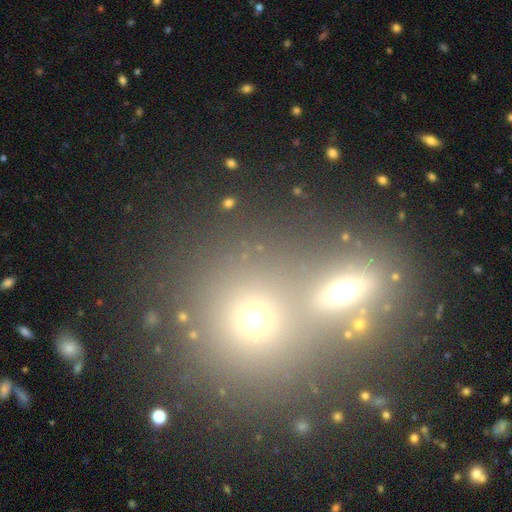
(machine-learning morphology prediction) A smooth galaxy with no disk features (53%) that is round (79%).

Vote fractions:
- Smooth or featured? smooth: 53% / star or artifact: 30% / featured or disk: 17%
- How rounded? round: 79% / in between: 19% / cigar-shaped: 2%
- Merging? merger: 51% / none: 39% / minor disturbance: 6% / major disturbance: 3%